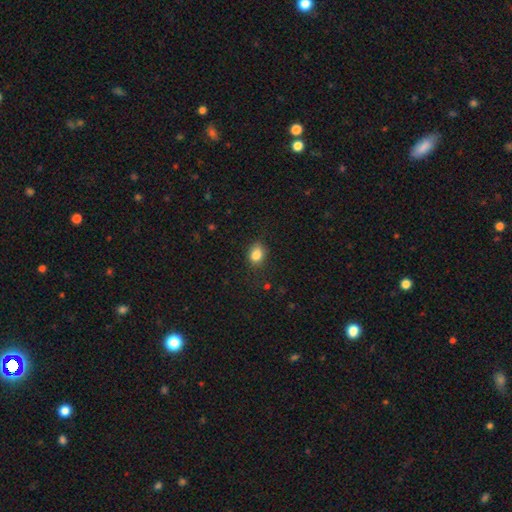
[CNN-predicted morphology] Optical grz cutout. It shows a smooth galaxy with no disk features (84%) that is in between round and cigar-shaped (67%). Merging: none (77%).